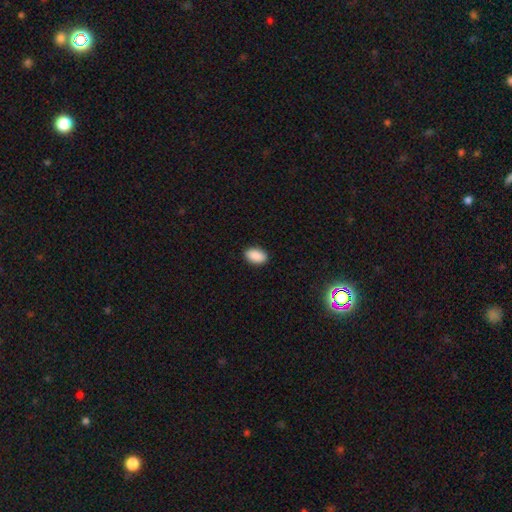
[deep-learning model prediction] This appears to be a smooth galaxy with no disk features (91%) that is in between round and cigar-shaped (93%). Merging: none (90%).